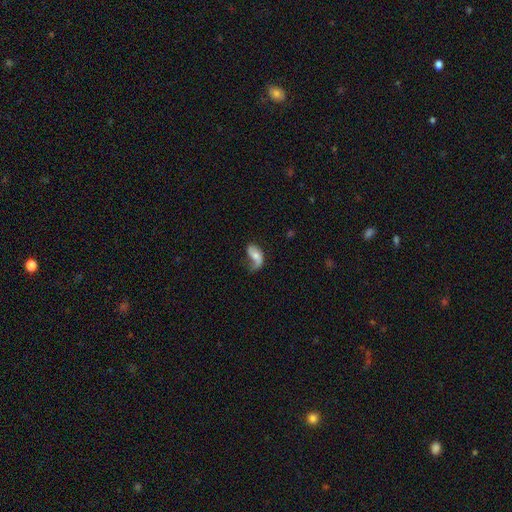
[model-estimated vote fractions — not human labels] Smooth or featured? Predicted: featured or disk (p=0.50). Edge-on disk? Predicted: no (p=0.94). Merging? Predicted: major disturbance (p=0.36).